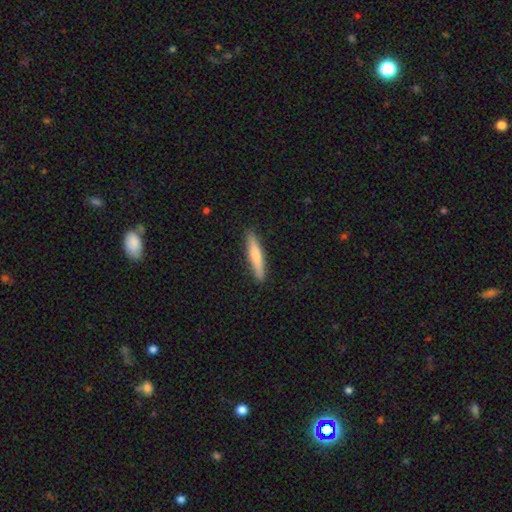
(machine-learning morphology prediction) Q: Smooth or featured?
A: smooth (68%); runner-up: featured or disk (26%)
Q: How rounded?
A: cigar-shaped (92%); runner-up: in between (7%)
Q: Merging?
A: none (91%); runner-up: minor disturbance (7%)